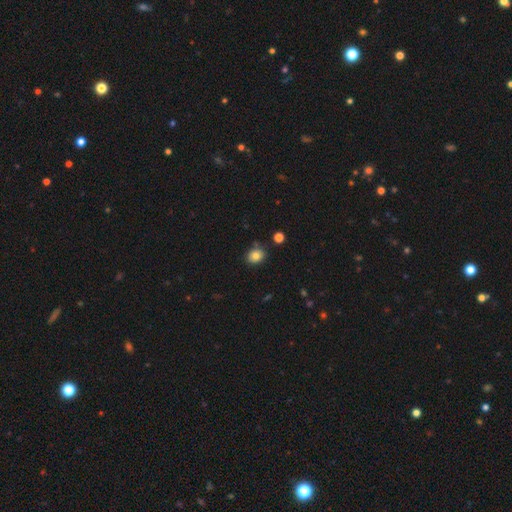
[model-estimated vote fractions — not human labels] The model was most divided on "how rounded": round: 64%, in between: 35%, cigar-shaped: 1%. More confident: merging — none (79%); smooth or featured — smooth (79%).